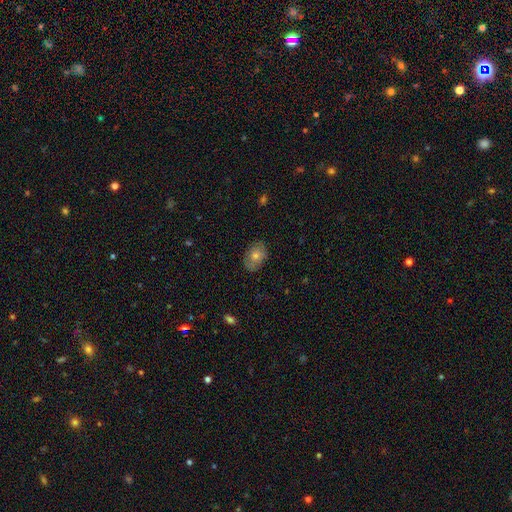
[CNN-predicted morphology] smooth-or-featured: smooth: 59% | featured or disk: 30% | star or artifact: 11%
  how-rounded: in between: 79% | round: 20% | cigar-shaped: 1%
  merging: none: 82% | minor disturbance: 14% | major disturbance: 3% | merger: 1%